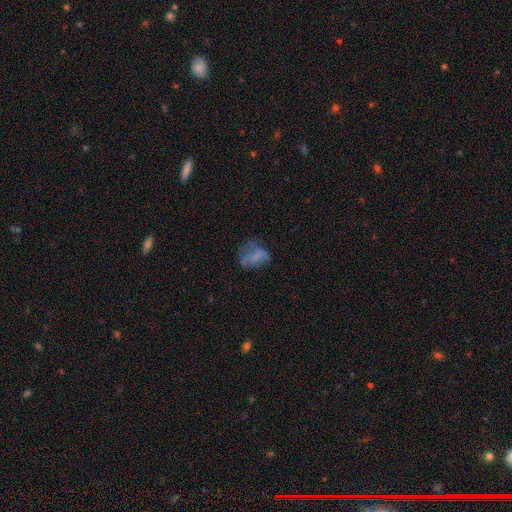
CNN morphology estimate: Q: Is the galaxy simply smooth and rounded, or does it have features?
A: smooth — 49%.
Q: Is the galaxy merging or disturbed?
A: none — 37%.